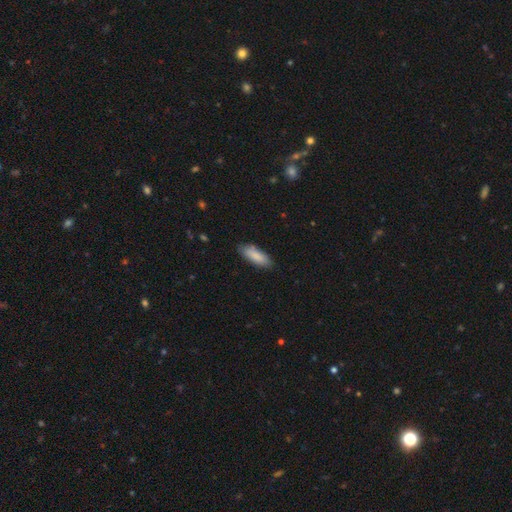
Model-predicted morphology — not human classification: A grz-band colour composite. It shows a smooth galaxy with no disk features (87%) that is in between round and cigar-shaped (65%). Merging: none (83%).